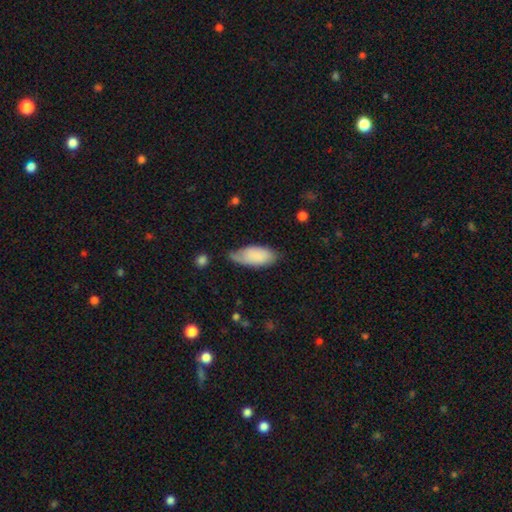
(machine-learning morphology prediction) Smooth or featured?
  - smooth: 81% *
  - featured or disk: 13%
  - star or artifact: 6%
How rounded?
  - in between: 92% *
  - cigar-shaped: 6%
  - round: 2%
Merging?
  - none: 48% *
  - minor disturbance: 39%
  - major disturbance: 11%
  - merger: 2%